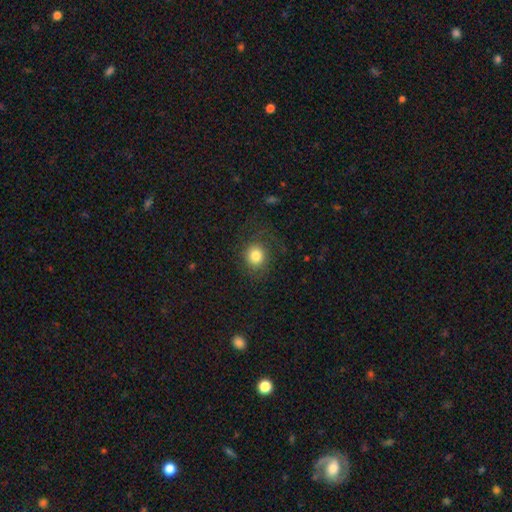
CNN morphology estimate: A smooth galaxy with no disk features (81%) that is round (80%).

Vote fractions:
- Smooth or featured? smooth: 81% / star or artifact: 10% / featured or disk: 9%
- How rounded? round: 80% / in between: 19% / cigar-shaped: 1%
- Merging? none: 76% / minor disturbance: 13% / major disturbance: 10% / merger: 1%